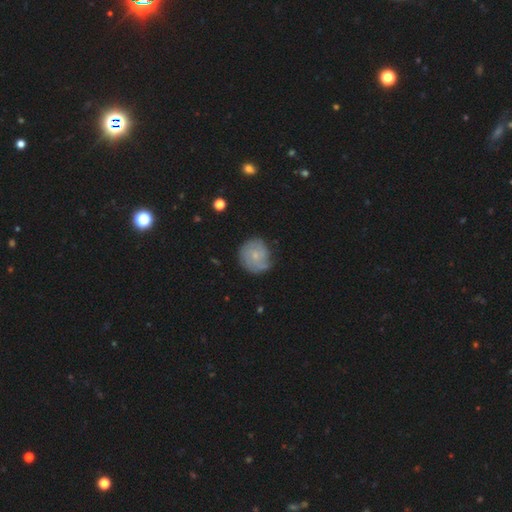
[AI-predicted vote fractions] A featured or disk galaxy (57%) with no bar (75%), spiral arms (85%) and a small central bulge (71%). Merging: none (67%).